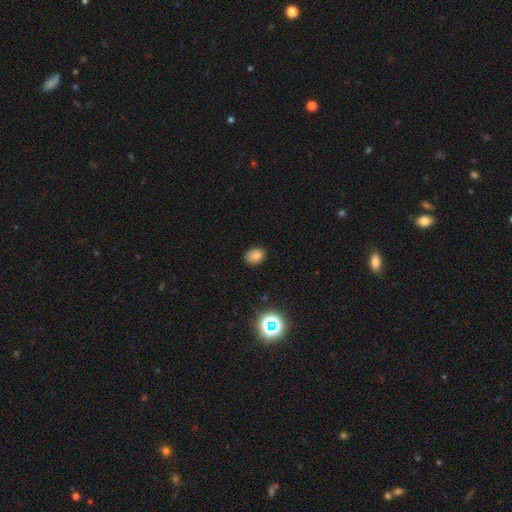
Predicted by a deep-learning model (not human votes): This is likely a smooth galaxy (76%). How rounded: possibly in between (56%). Merging: clearly none (86%).